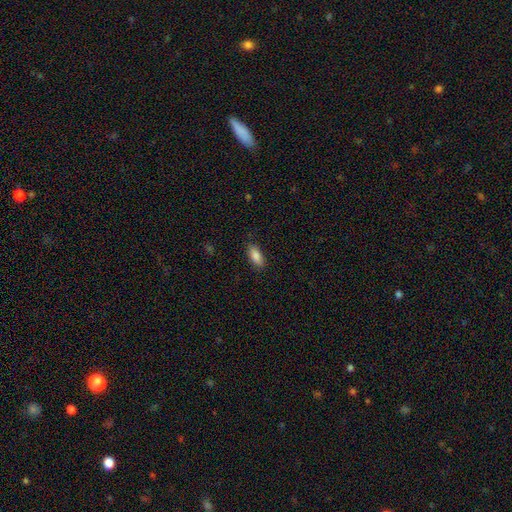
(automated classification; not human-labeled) smooth_or_featured: smooth (p=0.88) [alt: star or artifact p=0.07]
how_rounded: in between (p=0.86) [alt: cigar-shaped p=0.12]
merging: none (p=0.85) [alt: minor disturbance p=0.12]